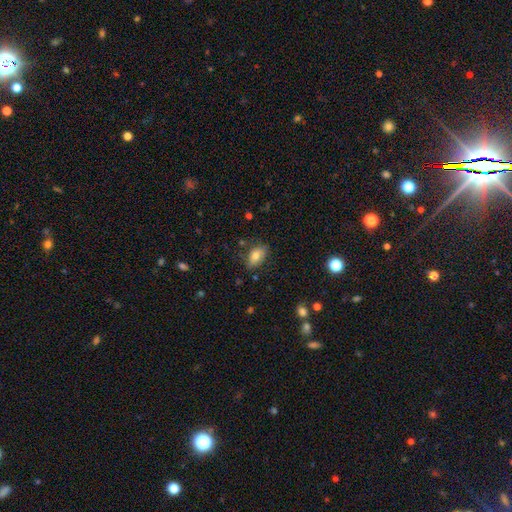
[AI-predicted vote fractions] Q: Smooth or featured?
A: smooth (73%); runner-up: featured or disk (18%)
Q: How rounded?
A: in between (86%); runner-up: round (12%)
Q: Merging?
A: none (71%); runner-up: minor disturbance (21%)